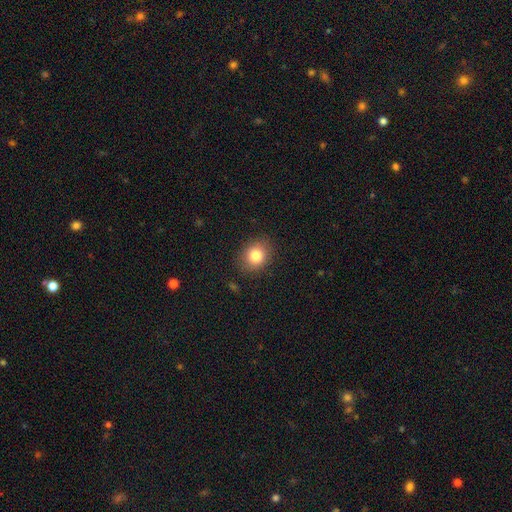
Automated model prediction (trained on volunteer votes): Smooth or featured? Predicted: smooth (p=0.81). How rounded? Predicted: round (p=0.69). Merging? Predicted: none (p=0.87).